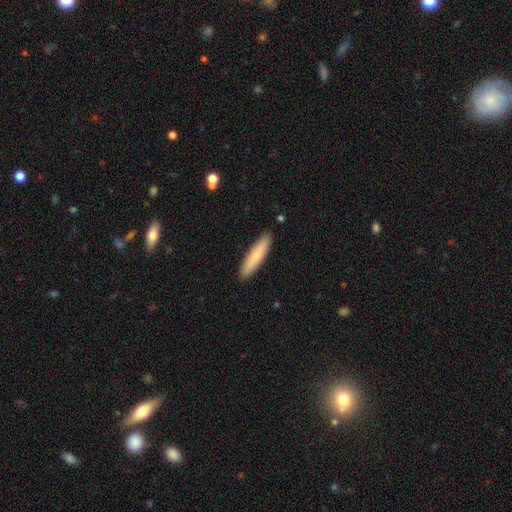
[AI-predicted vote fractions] The model was most divided on "smooth or featured": smooth: 76%, featured or disk: 18%, star or artifact: 6%. More confident: merging — none (90%); how rounded — cigar-shaped (84%).